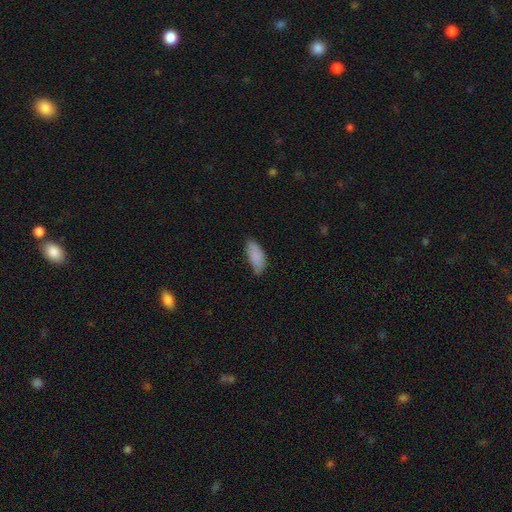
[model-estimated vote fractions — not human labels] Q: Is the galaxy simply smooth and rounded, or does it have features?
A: smooth — 87%.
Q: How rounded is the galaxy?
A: in between — 86%.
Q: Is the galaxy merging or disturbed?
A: none — 63%.